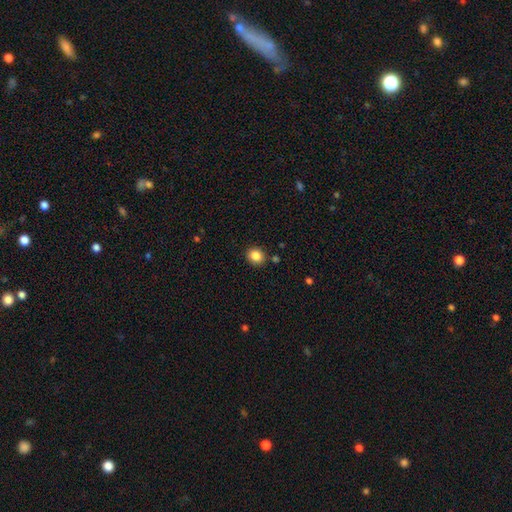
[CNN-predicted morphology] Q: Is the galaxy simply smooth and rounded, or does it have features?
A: smooth — 85%.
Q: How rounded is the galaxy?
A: round — 73%.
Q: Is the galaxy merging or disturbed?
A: none — 88%.